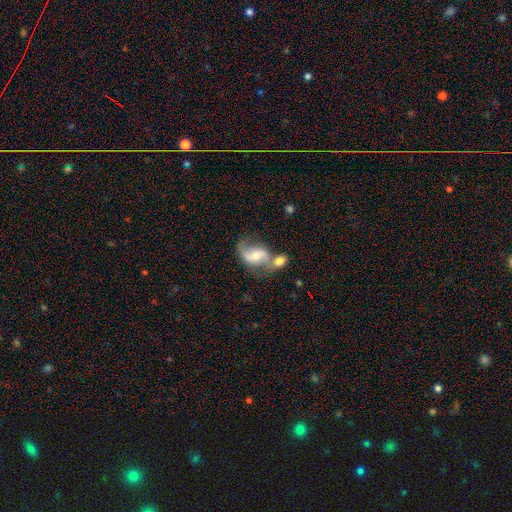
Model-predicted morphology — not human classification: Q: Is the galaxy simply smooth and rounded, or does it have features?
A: featured or disk — 69%.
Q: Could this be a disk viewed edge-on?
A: no — 96%.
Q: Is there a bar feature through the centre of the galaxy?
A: no — 41%.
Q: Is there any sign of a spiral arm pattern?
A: yes — 88%.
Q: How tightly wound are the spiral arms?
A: loose — 67%.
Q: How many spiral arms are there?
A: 2 — 85%.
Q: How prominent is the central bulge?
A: moderate — 50%.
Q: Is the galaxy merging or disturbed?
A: merger — 45%.